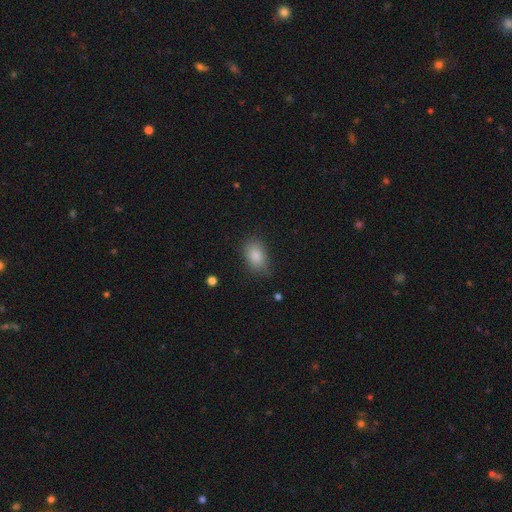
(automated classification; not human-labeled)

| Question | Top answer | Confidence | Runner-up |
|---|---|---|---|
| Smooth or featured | smooth | 85% | star or artifact (8%) |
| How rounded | in between | 82% | round (17%) |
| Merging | none | 70% | minor disturbance (23%) |